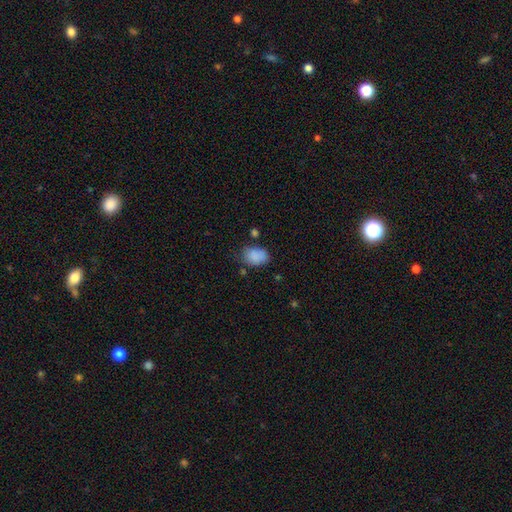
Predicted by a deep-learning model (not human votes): Smooth or featured? Predicted: smooth (p=0.85). How rounded? Predicted: in between (p=0.78). Merging? Predicted: none (p=0.61).